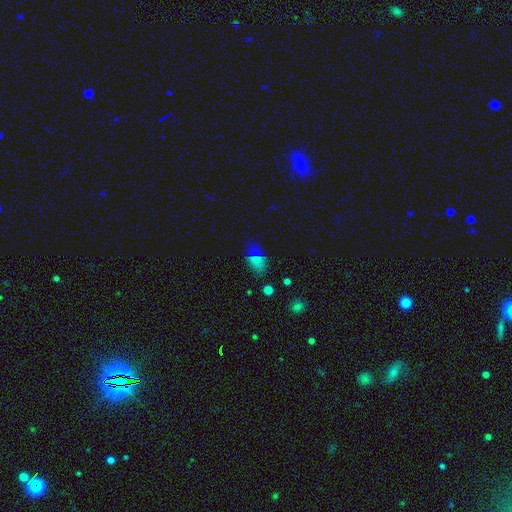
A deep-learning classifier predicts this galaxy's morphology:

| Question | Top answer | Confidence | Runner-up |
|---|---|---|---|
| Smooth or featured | smooth | 66% | star or artifact (23%) |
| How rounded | in between | 88% | round (8%) |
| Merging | none | 73% | minor disturbance (18%) |